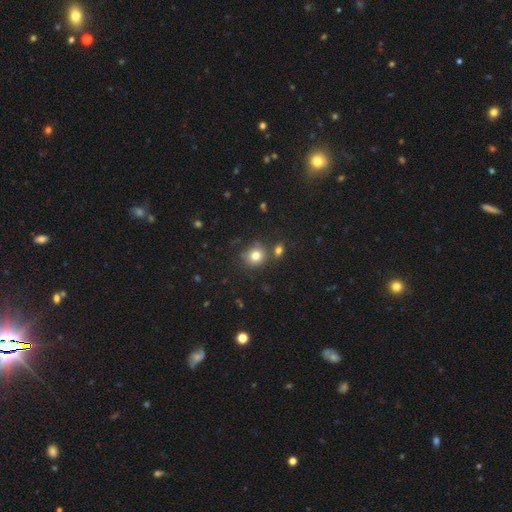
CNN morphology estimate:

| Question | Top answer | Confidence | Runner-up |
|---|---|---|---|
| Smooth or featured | smooth | 79% | star or artifact (12%) |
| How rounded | round | 82% | in between (17%) |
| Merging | none | 69% | merger (16%) |